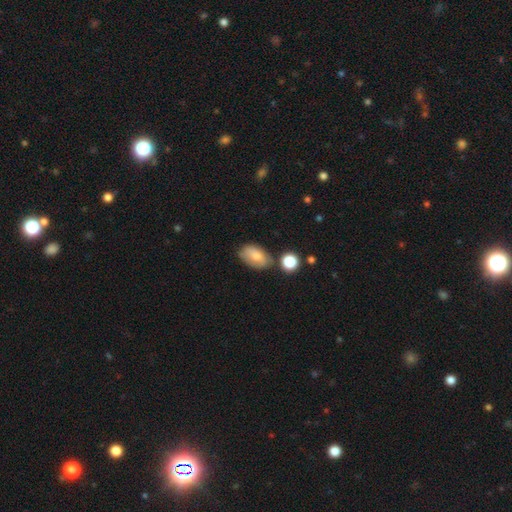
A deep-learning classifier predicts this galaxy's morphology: A smooth galaxy with no disk features (74%) that is in between round and cigar-shaped (91%).

Vote fractions:
- Smooth or featured? smooth: 74% / featured or disk: 18% / star or artifact: 8%
- How rounded? in between: 91% / round: 8% / cigar-shaped: 2%
- Merging? none: 63% / minor disturbance: 23% / merger: 8% / major disturbance: 6%